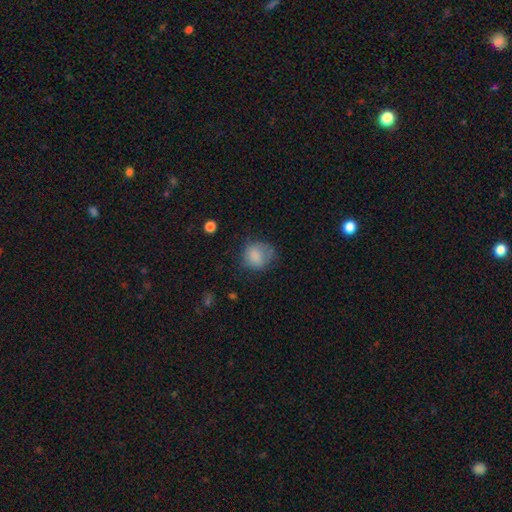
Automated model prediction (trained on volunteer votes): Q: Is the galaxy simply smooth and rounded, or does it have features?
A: smooth — 81%.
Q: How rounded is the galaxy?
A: round — 70%.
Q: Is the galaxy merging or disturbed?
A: none — 54%.